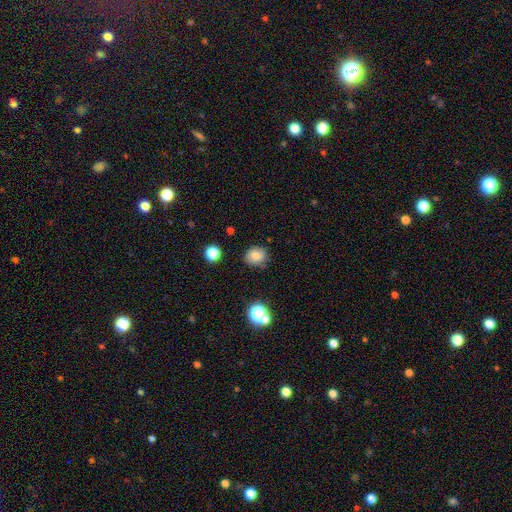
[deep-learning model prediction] Smooth or featured? smooth (78%)
How rounded? round (73%)
Merging? none (81%)